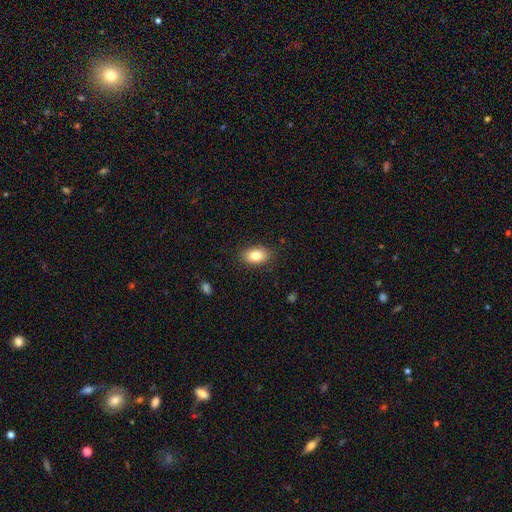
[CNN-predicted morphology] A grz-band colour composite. It shows a smooth galaxy with no disk features (82%) that is in between round and cigar-shaped (86%). Merging: none (87%).